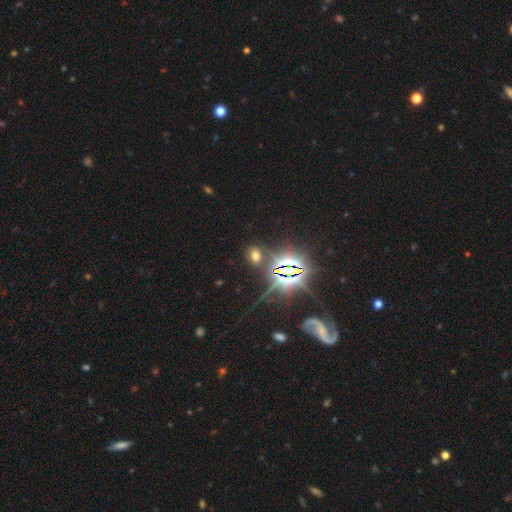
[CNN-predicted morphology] star or artifact 48%, smooth 42%, featured or disk 9%.